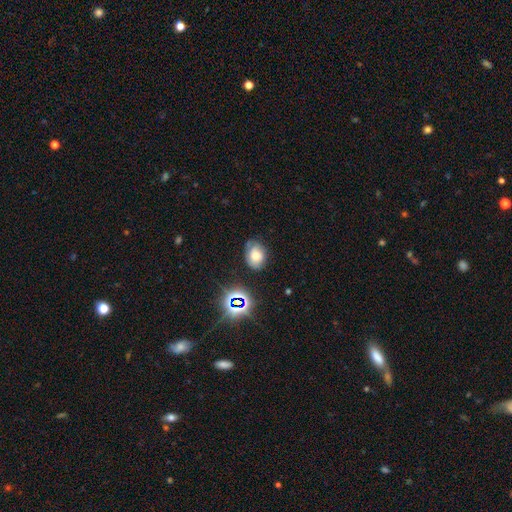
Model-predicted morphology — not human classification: type=smooth (62%); roundness=in between (70%); merging=none (66%).